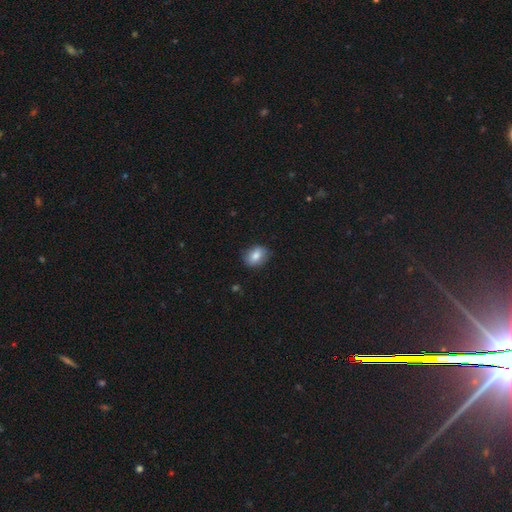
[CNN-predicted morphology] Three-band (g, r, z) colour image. It shows a smooth galaxy with no disk features (81%) that is in between round and cigar-shaped (70%). Merging: none (80%).